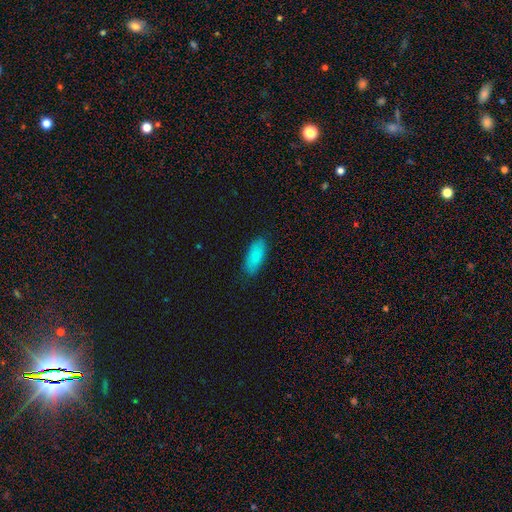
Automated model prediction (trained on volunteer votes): smooth-or-featured: smooth: 86% | featured or disk: 7% | star or artifact: 7%
  how-rounded: in between: 78% | cigar-shaped: 20% | round: 2%
  merging: none: 86% | minor disturbance: 11% | major disturbance: 2% | merger: 1%